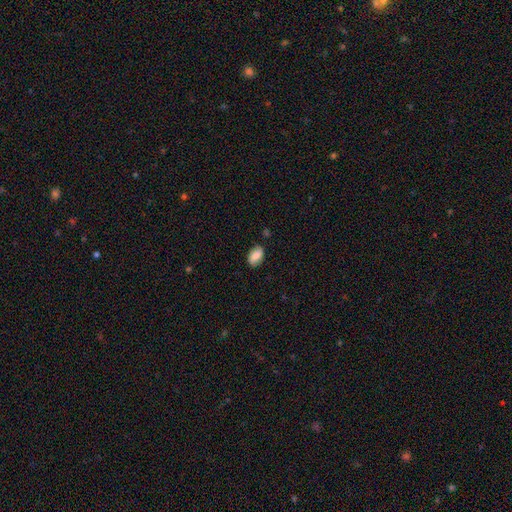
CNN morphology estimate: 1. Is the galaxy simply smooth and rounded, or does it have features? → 77% smooth, 15% featured or disk, 8% star or artifact.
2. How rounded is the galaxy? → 90% in between, 8% round, 2% cigar-shaped.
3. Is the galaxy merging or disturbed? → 78% none, 16% minor disturbance, 3% major disturbance, 2% merger.